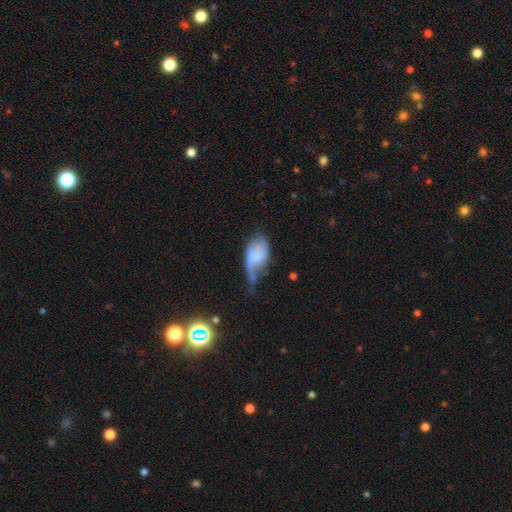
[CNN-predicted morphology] This is likely a smooth galaxy (61%). How rounded: clearly in between (92%). Merging: marginally major disturbance (38%).